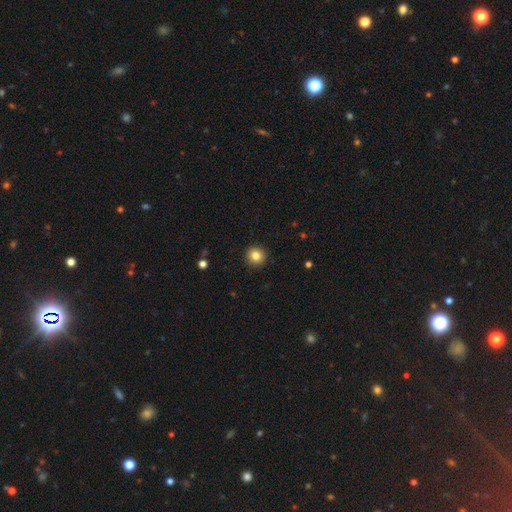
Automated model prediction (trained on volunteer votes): A smooth galaxy with no disk features (83%) that is round (95%).

Vote fractions:
- Smooth or featured? smooth: 83% / star or artifact: 10% / featured or disk: 7%
- How rounded? round: 95% / in between: 4% / cigar-shaped: 1%
- Merging? none: 93% / minor disturbance: 5% / major disturbance: 2% / merger: 1%